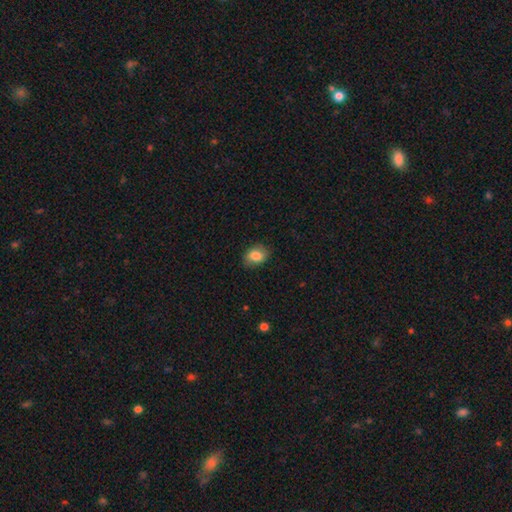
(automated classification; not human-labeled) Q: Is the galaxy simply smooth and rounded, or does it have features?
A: smooth — 83%.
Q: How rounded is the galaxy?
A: in between — 65%.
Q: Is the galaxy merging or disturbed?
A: none — 82%.